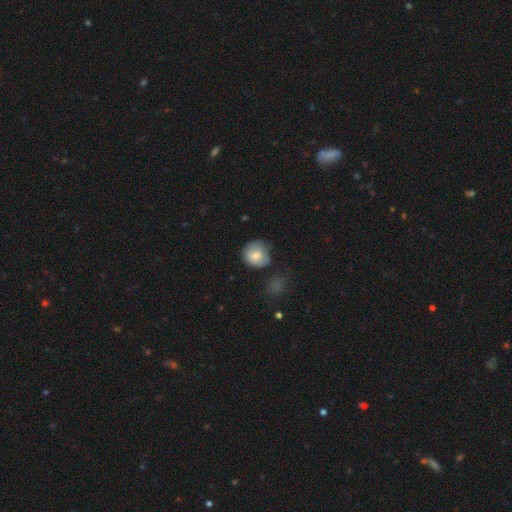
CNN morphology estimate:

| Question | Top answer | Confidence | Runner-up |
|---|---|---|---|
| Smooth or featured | smooth | 78% | featured or disk (15%) |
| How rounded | round | 83% | in between (16%) |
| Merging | none | 62% | minor disturbance (26%) |